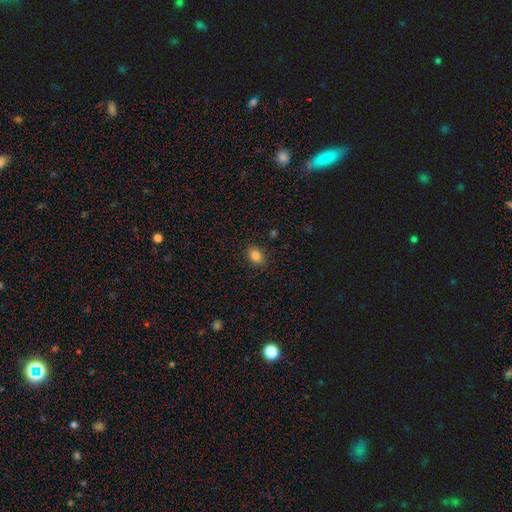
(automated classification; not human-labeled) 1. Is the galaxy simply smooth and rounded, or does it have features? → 84% smooth, 10% star or artifact, 6% featured or disk.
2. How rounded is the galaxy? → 70% in between, 29% round, 1% cigar-shaped.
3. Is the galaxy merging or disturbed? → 87% none, 10% minor disturbance, 2% major disturbance, 1% merger.